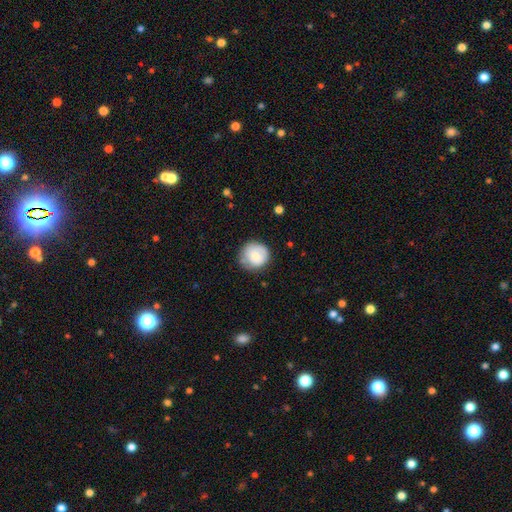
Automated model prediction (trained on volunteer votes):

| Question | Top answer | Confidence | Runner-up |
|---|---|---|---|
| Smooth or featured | smooth | 77% | featured or disk (16%) |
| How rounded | round | 92% | in between (7%) |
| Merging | none | 73% | minor disturbance (20%) |